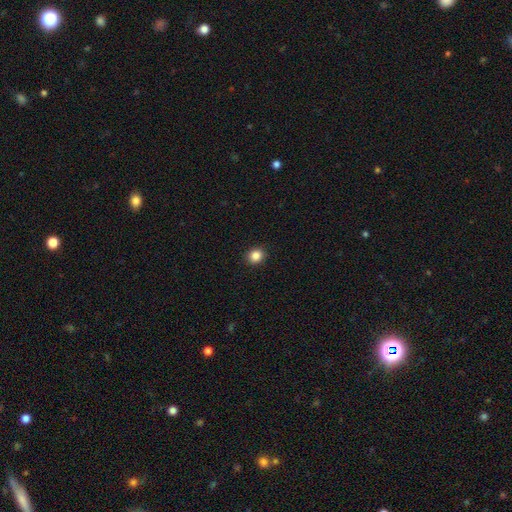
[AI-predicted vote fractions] smooth 86%, star or artifact 11%, featured or disk 4%. Down the decision tree: how rounded — round (79%); merging — none (91%).